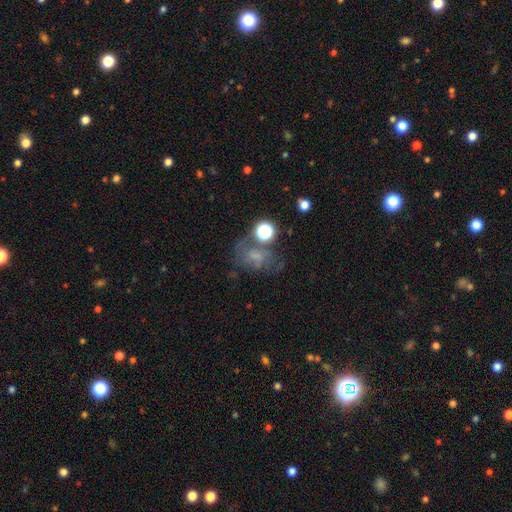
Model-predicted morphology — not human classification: This is marginally a featured or disk galaxy (42%). Merging: marginally none (41%).